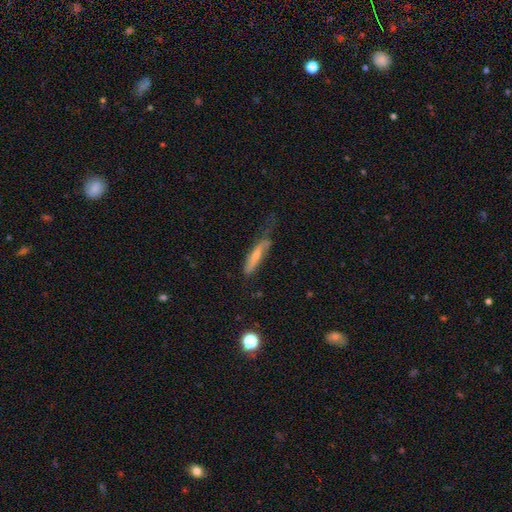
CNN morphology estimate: This is possibly a smooth galaxy (55%). How rounded: clearly cigar-shaped (81%). Merging: possibly none (45%).